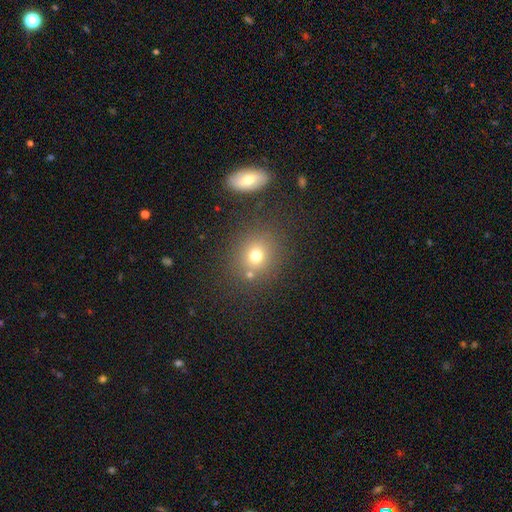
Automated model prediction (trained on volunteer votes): Smooth or featured: smooth — 72% (star or artifact — 18%)
How rounded: round — 78% (in between — 21%)
Merging: none — 77% (minor disturbance — 10%)